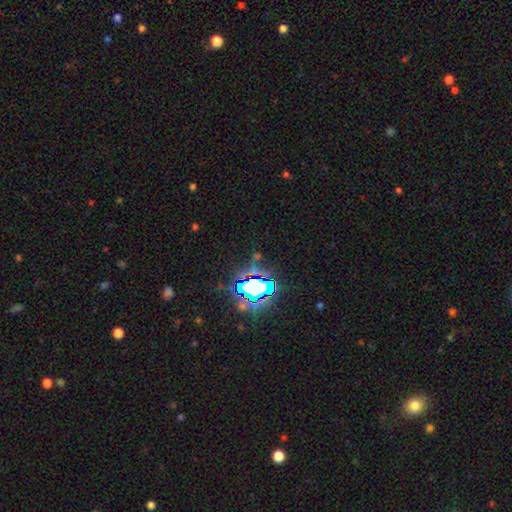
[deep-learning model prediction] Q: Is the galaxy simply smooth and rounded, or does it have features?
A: star or artifact — 74%.